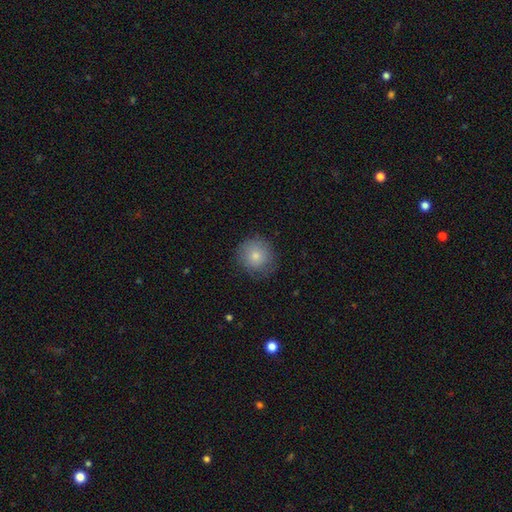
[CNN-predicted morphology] Overall: smooth (80%). How rounded: round (92%). Merging: none (77%).